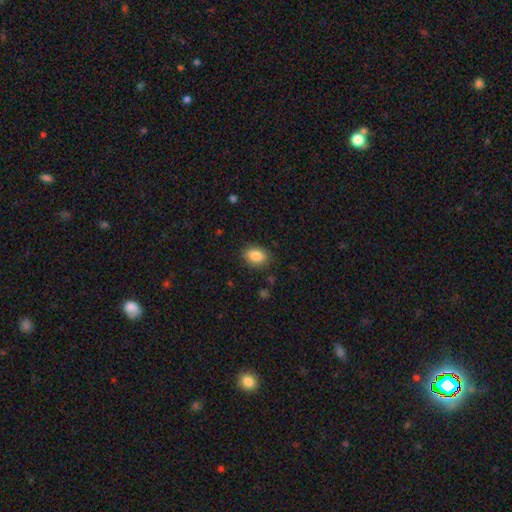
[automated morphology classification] This is clearly a smooth galaxy (85%). How rounded: likely in between (77%). Merging: clearly none (86%).